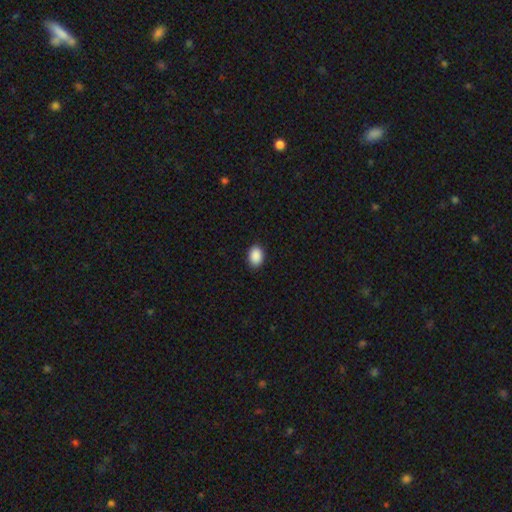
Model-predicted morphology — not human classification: Smooth or featured: smooth — 90% (star or artifact — 7%)
How rounded: in between — 79% (round — 20%)
Merging: none — 89% (minor disturbance — 8%)